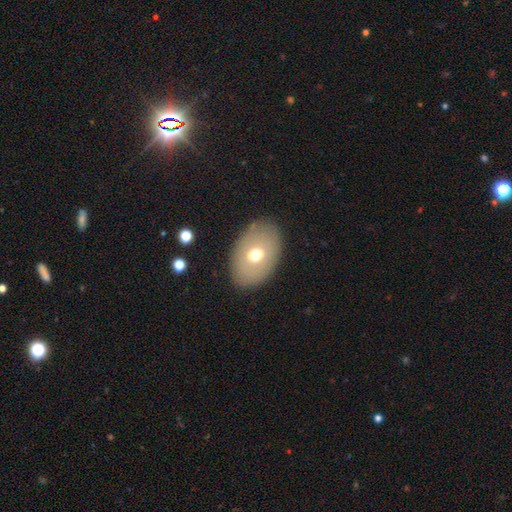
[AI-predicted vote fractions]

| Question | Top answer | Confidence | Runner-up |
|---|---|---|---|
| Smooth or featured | featured or disk | 44% | smooth (38%) |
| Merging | none | 86% | minor disturbance (9%) |